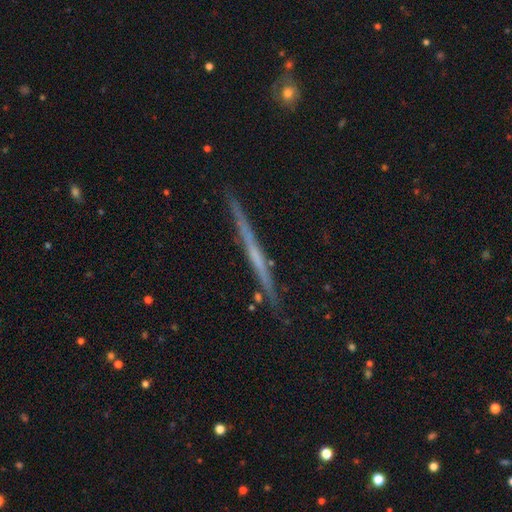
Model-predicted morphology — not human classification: smooth-or-featured: featured or disk: 67% | smooth: 27% | star or artifact: 6%
  disk-edge-on: yes: 98% | no: 2%
    edge-on-bulge: none: 83% | rounded: 12% | boxy: 5%
  merging: none: 89% | minor disturbance: 8% | major disturbance: 1% | merger: 1%